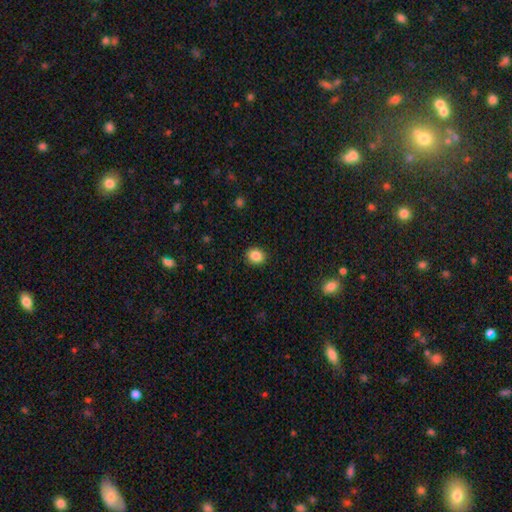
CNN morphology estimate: The model was most divided on "how rounded": round: 67%, in between: 32%, cigar-shaped: 1%. More confident: merging — none (91%); smooth or featured — smooth (87%).